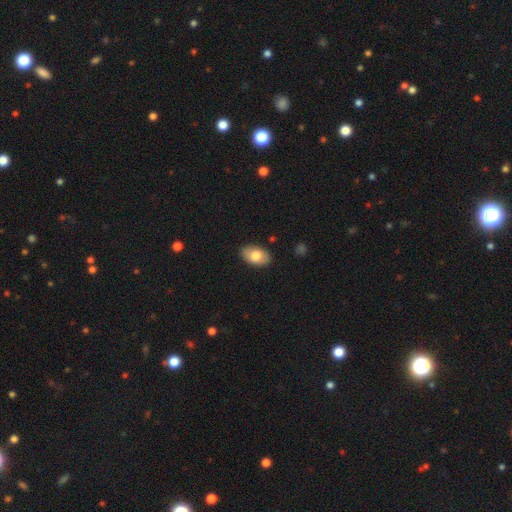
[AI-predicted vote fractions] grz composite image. It shows a smooth galaxy with no disk features (77%) that is in between round and cigar-shaped (92%). Merging: none (85%).